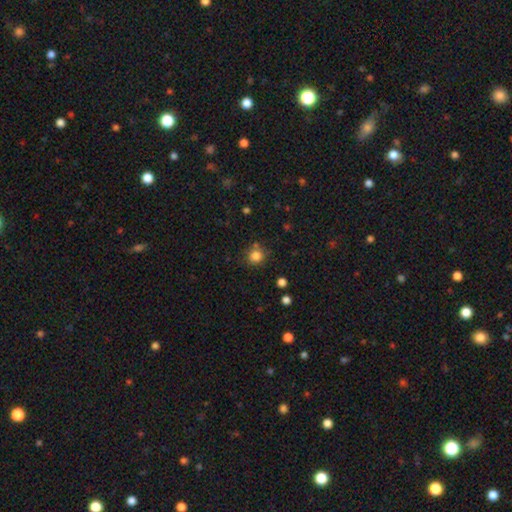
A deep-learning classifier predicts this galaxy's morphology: smooth_or_featured: smooth (p=0.82) [alt: star or artifact p=0.13]
how_rounded: round (p=0.88) [alt: in between p=0.12]
merging: none (p=0.76) [alt: minor disturbance p=0.13]